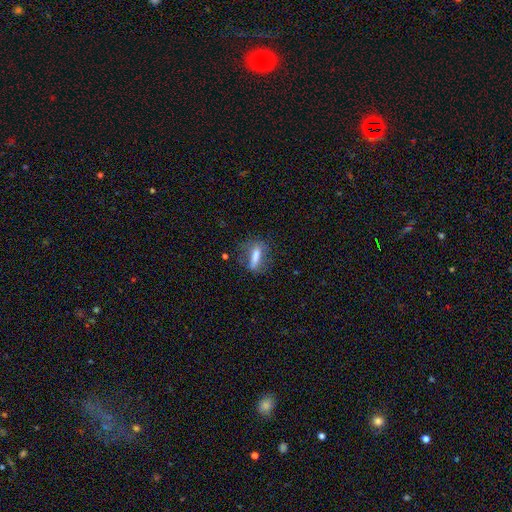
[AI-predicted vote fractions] smooth_or_featured: smooth (p=0.55) [alt: featured or disk p=0.34]
how_rounded: cigar-shaped (p=0.59) [alt: in between p=0.35]
merging: none (p=0.62) [alt: minor disturbance p=0.21]